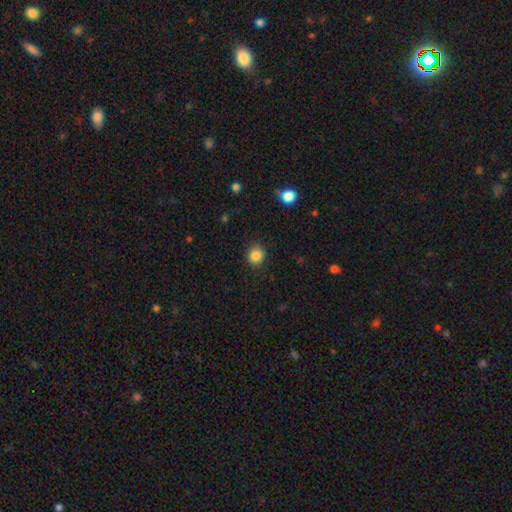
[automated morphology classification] Smooth or featured? smooth (86%)
How rounded? round (87%)
Merging? none (88%)